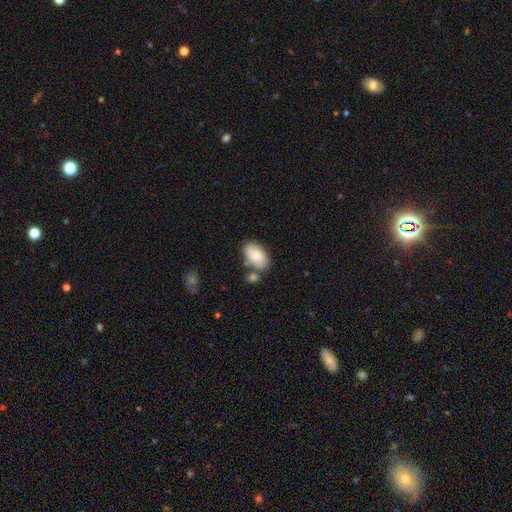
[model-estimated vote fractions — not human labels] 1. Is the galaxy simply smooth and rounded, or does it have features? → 84% smooth, 10% featured or disk, 6% star or artifact.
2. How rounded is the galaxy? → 95% in between, 4% round, 2% cigar-shaped.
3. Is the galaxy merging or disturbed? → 66% none, 15% minor disturbance, 14% merger, 4% major disturbance.